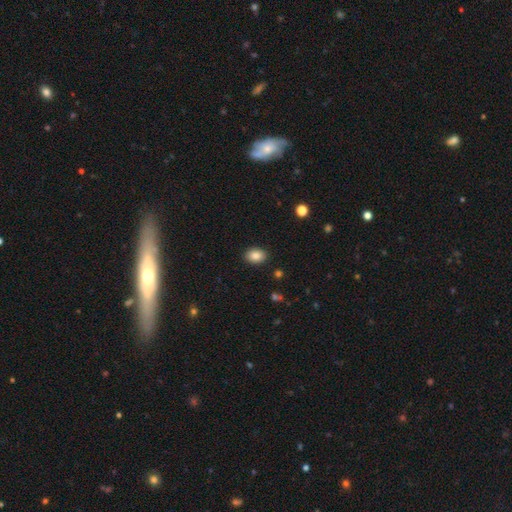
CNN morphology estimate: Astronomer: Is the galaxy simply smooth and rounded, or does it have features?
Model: smooth — 86%.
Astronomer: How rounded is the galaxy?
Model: in between — 76%.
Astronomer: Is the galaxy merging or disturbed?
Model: none — 89%.